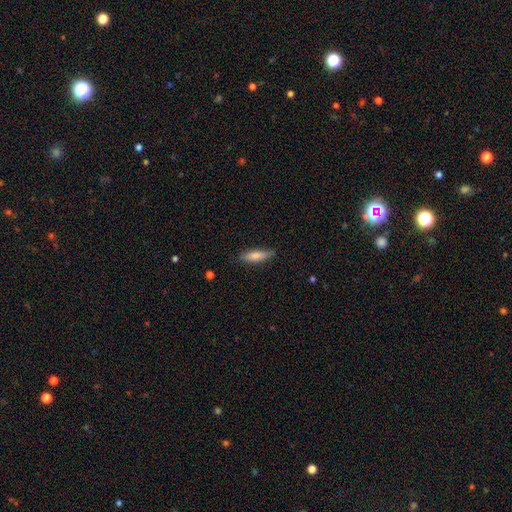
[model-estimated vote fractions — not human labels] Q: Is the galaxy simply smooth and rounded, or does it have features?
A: smooth — 80%.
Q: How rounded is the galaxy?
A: cigar-shaped — 56%.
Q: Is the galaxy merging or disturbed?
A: none — 78%.